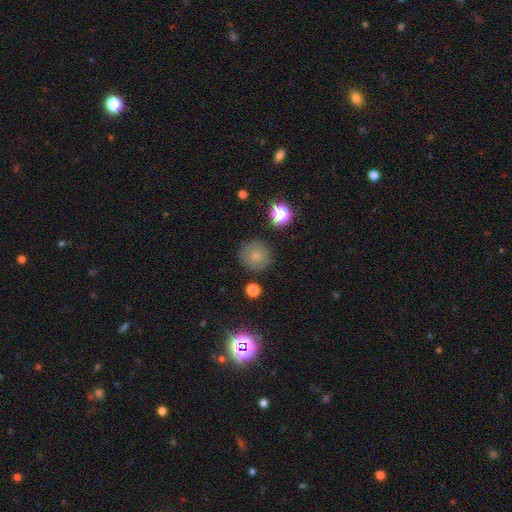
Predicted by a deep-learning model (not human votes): Smooth or featured?
  - smooth: 75% *
  - star or artifact: 13%
  - featured or disk: 13%
How rounded?
  - round: 94% *
  - in between: 5%
  - cigar-shaped: 1%
Merging?
  - none: 84% *
  - minor disturbance: 10%
  - major disturbance: 3%
  - merger: 2%